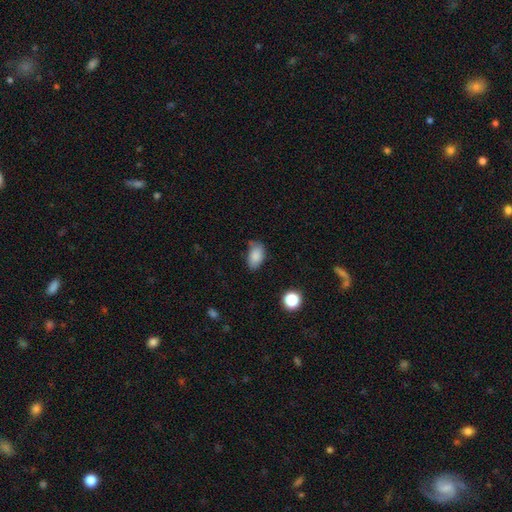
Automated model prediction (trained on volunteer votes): smooth-or-featured: smooth: 85% | star or artifact: 9% | featured or disk: 6%
  how-rounded: in between: 91% | round: 8% | cigar-shaped: 2%
  merging: none: 64% | minor disturbance: 28% | major disturbance: 6% | merger: 3%